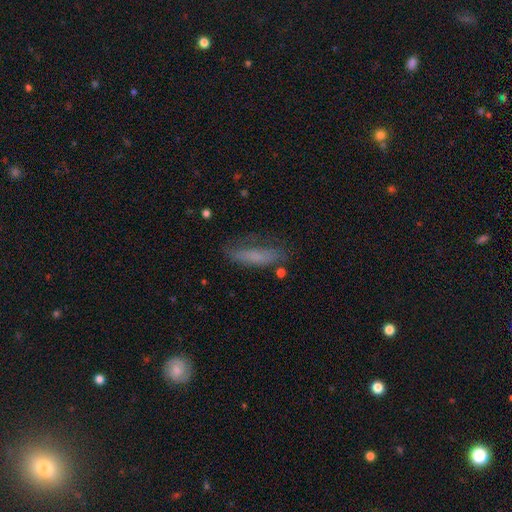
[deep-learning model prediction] smooth 66%, featured or disk 23%, star or artifact 11%. Down the decision tree: how rounded — cigar-shaped (58%); merging — none (56%).